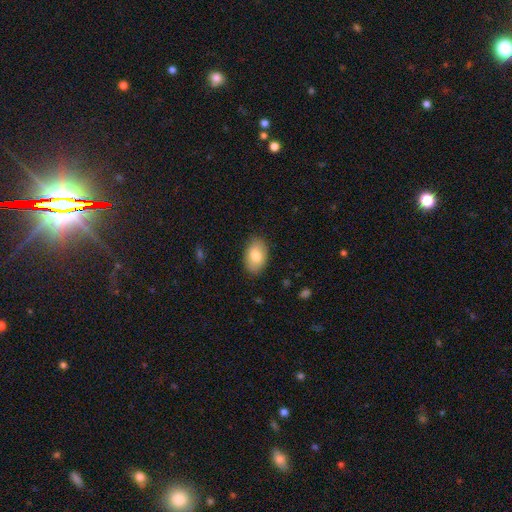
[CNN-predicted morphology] smooth 80%, featured or disk 14%, star or artifact 7%. Down the decision tree: how rounded — in between (89%); merging — none (86%).